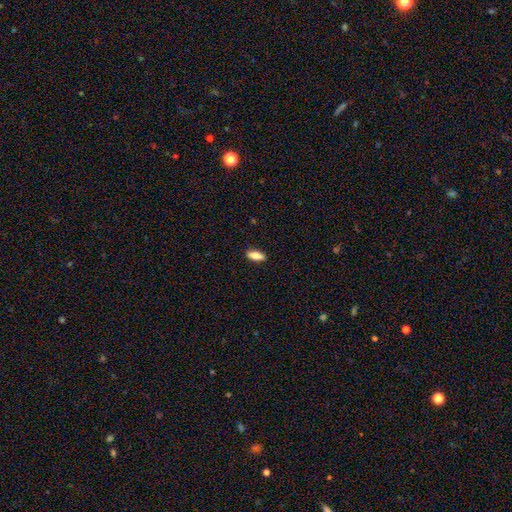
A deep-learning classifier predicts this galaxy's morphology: A smooth galaxy with no disk features (76%) that is in between round and cigar-shaped (76%). Merging: none (89%).